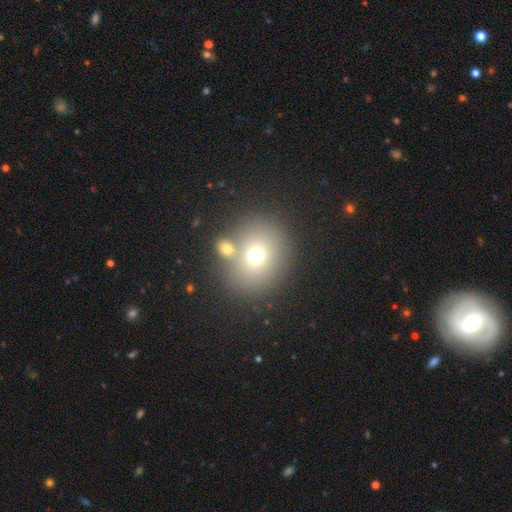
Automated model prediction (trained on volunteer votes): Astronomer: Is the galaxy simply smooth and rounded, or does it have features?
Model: smooth — 69%.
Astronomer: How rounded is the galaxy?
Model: round — 72%.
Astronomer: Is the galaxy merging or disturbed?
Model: none — 63%.